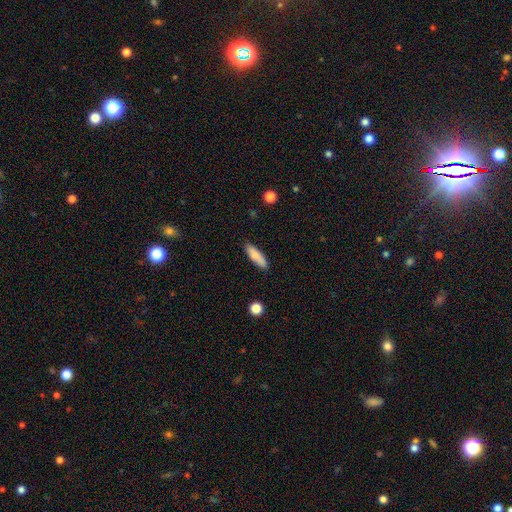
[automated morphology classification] Overall: smooth (80%). How rounded: cigar-shaped (58%; in between 40%). Merging: none (85%).